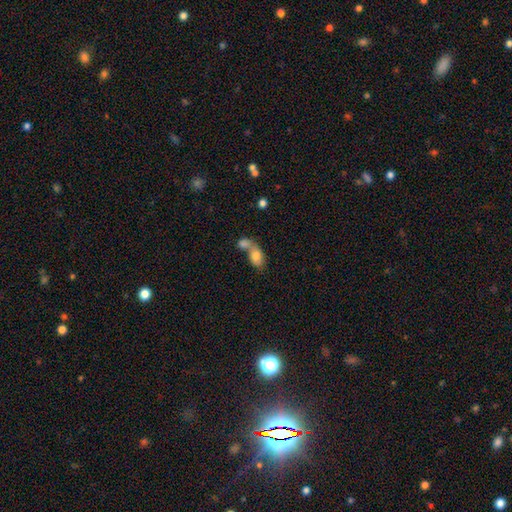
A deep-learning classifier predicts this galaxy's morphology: The model was most divided on "merging": merger: 70%, none: 18%, minor disturbance: 7%, major disturbance: 5%. More confident: how rounded — in between (80%); smooth or featured — smooth (77%).